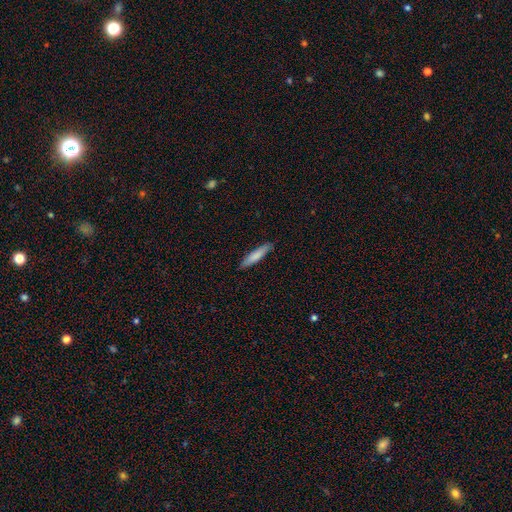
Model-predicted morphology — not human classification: smooth-or-featured: smooth: 79% | featured or disk: 16% | star or artifact: 5%
  how-rounded: cigar-shaped: 87% | in between: 11% | round: 1%
  merging: none: 87% | minor disturbance: 10% | major disturbance: 2% | merger: 1%